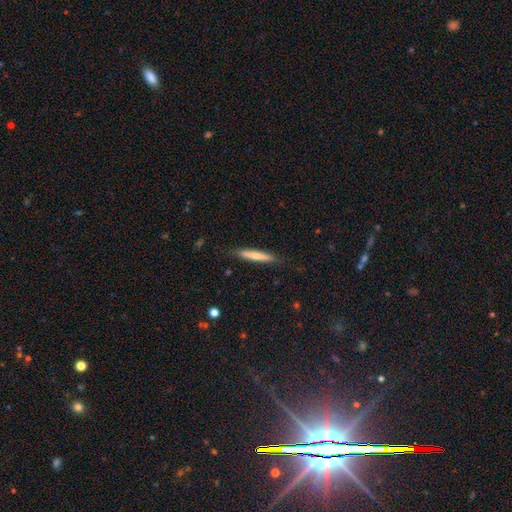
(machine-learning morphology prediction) Overall: smooth (65%; featured or disk 29%). How rounded: cigar-shaped (93%). Merging: none (85%).